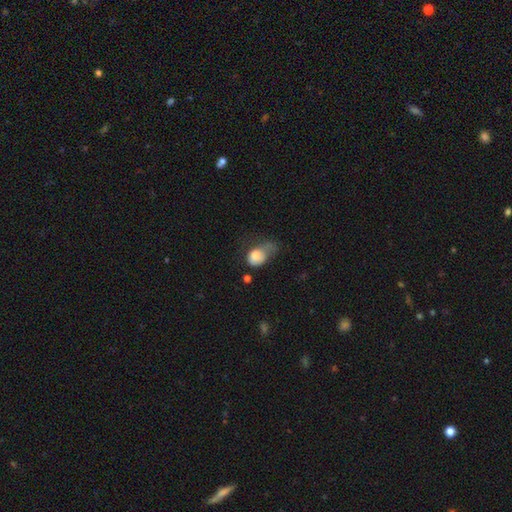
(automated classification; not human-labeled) The model was most divided on "merging": major disturbance: 46%, minor disturbance: 28%, none: 16%, merger: 9%. More confident: smooth or featured — smooth (74%); how rounded — in between (64%).